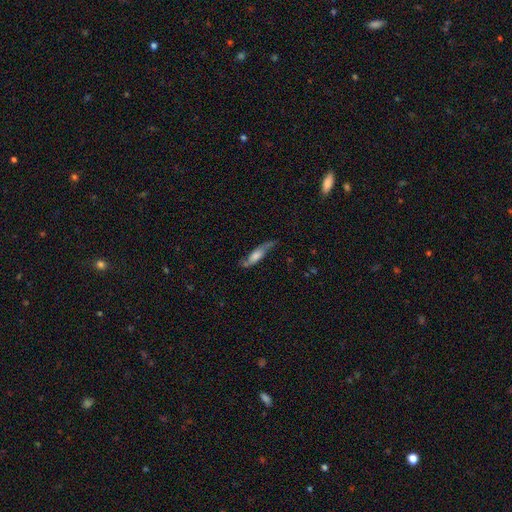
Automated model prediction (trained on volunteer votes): smooth-or-featured: featured or disk: 54% | smooth: 39% | star or artifact: 7%
  disk-edge-on: no: 53% | yes: 47%
  merging: none: 61% | minor disturbance: 26% | major disturbance: 11% | merger: 3%